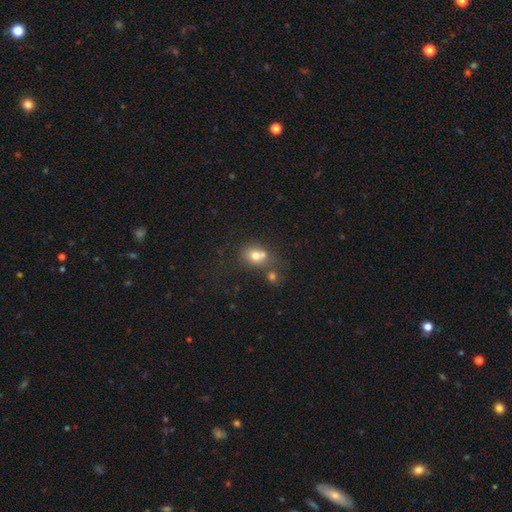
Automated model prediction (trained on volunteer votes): Morphology: type=smooth (70%); roundness=round (64%); merging=merger (47%).